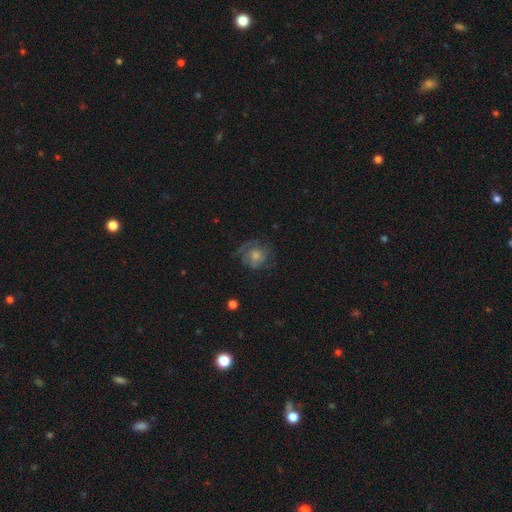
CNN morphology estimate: A featured or disk galaxy (50%).

Vote fractions:
- Smooth or featured? featured or disk: 50% / smooth: 41% / star or artifact: 9%
- Merging? none: 59% / minor disturbance: 22% / major disturbance: 18% / merger: 1%